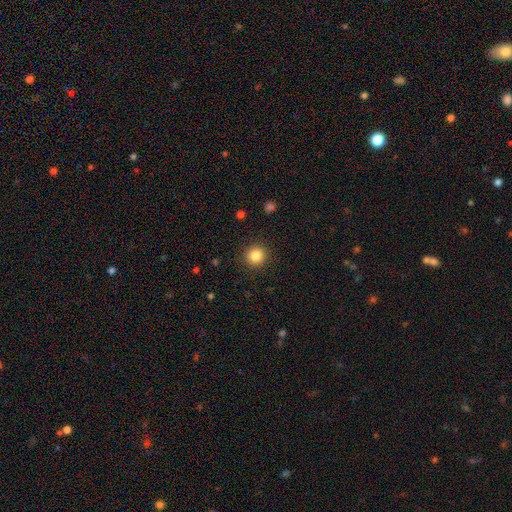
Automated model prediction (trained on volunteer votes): A smooth galaxy with no disk features (84%) that is round (94%).

Vote fractions:
- Smooth or featured? smooth: 84% / star or artifact: 11% / featured or disk: 5%
- How rounded? round: 94% / in between: 5% / cigar-shaped: 1%
- Merging? none: 91% / minor disturbance: 6% / major disturbance: 2% / merger: 1%